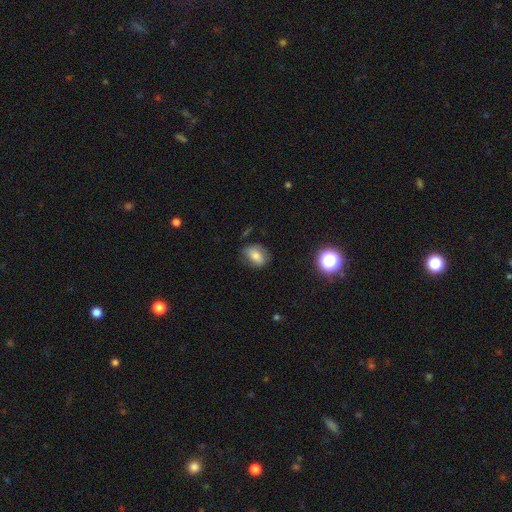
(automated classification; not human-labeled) A smooth galaxy with no disk features (73%) that is in between round and cigar-shaped (73%).

Vote fractions:
- Smooth or featured? smooth: 73% / featured or disk: 16% / star or artifact: 11%
- How rounded? in between: 73% / round: 25% / cigar-shaped: 2%
- Merging? none: 72% / minor disturbance: 21% / major disturbance: 6% / merger: 2%